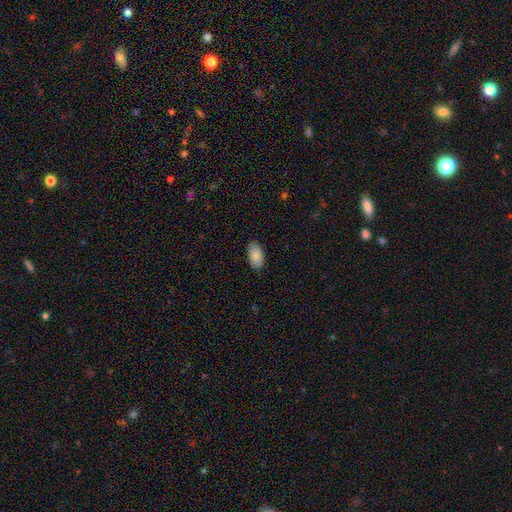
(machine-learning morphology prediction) This appears to be a smooth galaxy with no disk features (88%) that is in between round and cigar-shaped (95%). Merging: none (87%).